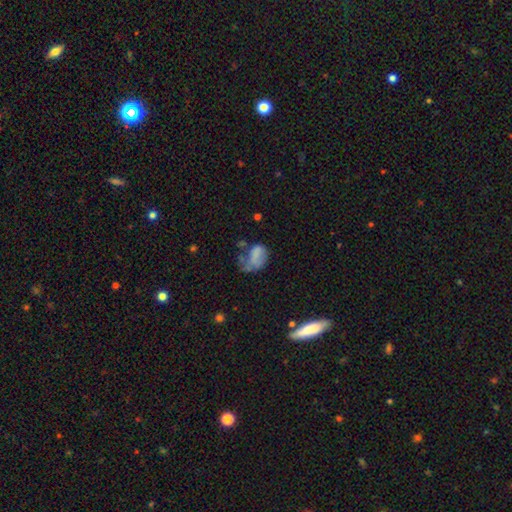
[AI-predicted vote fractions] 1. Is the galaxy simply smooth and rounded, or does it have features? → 64% smooth, 24% featured or disk, 12% star or artifact.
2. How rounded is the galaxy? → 78% in between, 21% round, 1% cigar-shaped.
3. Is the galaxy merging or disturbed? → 41% major disturbance, 29% minor disturbance, 22% none, 8% merger.